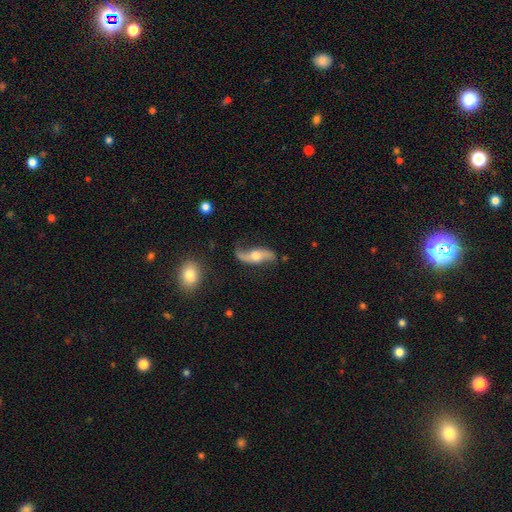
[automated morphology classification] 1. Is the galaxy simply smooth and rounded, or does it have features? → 82% featured or disk, 12% smooth, 6% star or artifact.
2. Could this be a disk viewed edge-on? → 87% no, 13% yes.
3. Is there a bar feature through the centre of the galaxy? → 56% no, 30% weak, 14% strong.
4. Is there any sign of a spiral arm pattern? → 94% yes, 6% no.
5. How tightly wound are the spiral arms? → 88% loose, 9% medium, 3% tight.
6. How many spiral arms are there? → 92% 2, 3% 1, 2% can't tell, 1% 3, 1% 4, 1% more than 4.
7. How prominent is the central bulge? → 58% moderate, 22% small, 13% large, 4% none, 2% dominant.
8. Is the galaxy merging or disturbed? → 69% none, 18% minor disturbance, 10% major disturbance, 3% merger.